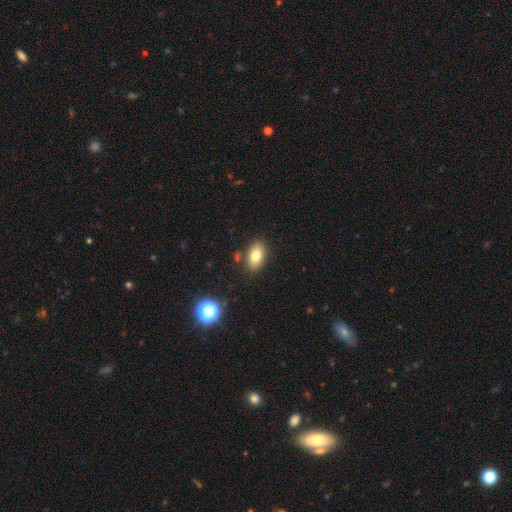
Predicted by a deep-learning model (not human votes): A smooth galaxy with no disk features (79%) that is in between round and cigar-shaped (89%).

Vote fractions:
- Smooth or featured? smooth: 79% / featured or disk: 11% / star or artifact: 10%
- How rounded? in between: 89% / round: 9% / cigar-shaped: 2%
- Merging? none: 82% / minor disturbance: 11% / merger: 4% / major disturbance: 3%